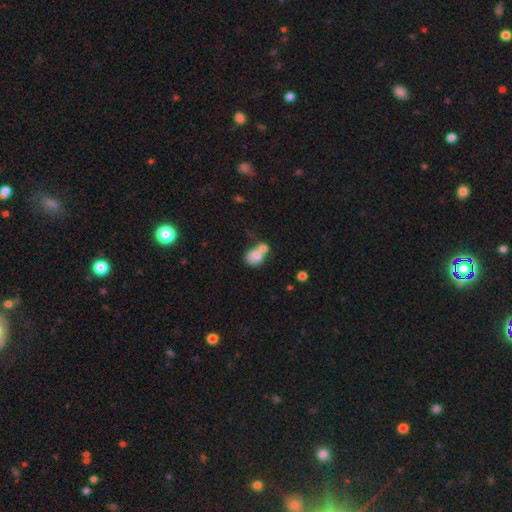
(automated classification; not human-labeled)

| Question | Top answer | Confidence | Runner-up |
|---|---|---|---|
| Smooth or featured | smooth | 75% | featured or disk (17%) |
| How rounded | round | 52% | in between (47%) |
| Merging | merger | 61% | none (22%) |